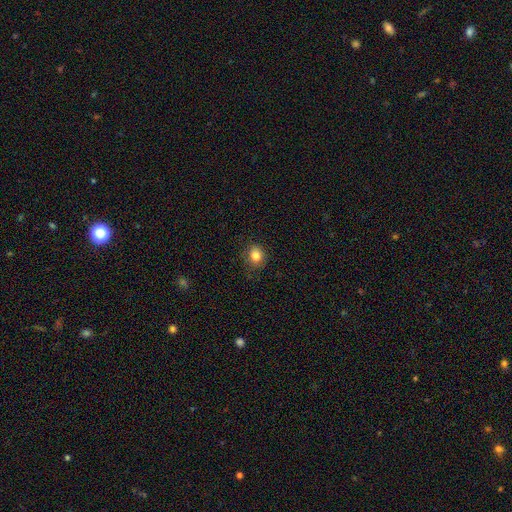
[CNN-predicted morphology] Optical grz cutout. It shows a smooth galaxy with no disk features (83%) that is round (75%). Merging: none (86%).